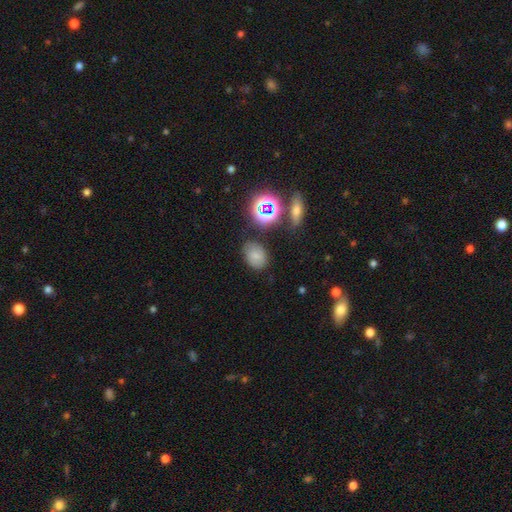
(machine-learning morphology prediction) Overall: smooth (67%). How rounded: in between (69%; round 30%). Merging: none (75%).